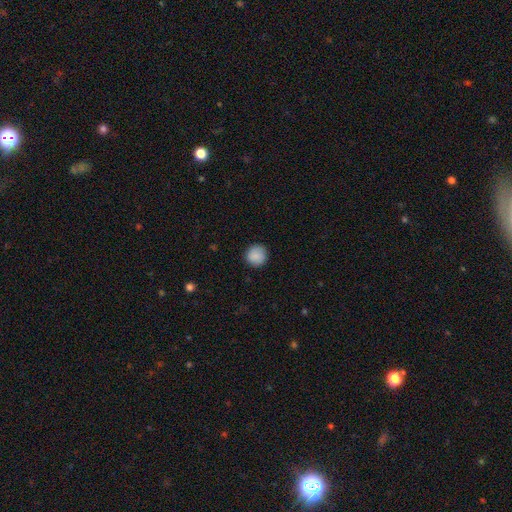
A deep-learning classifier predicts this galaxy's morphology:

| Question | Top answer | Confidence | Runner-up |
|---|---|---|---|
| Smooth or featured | smooth | 89% | star or artifact (8%) |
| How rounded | round | 94% | in between (5%) |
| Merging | none | 89% | minor disturbance (8%) |